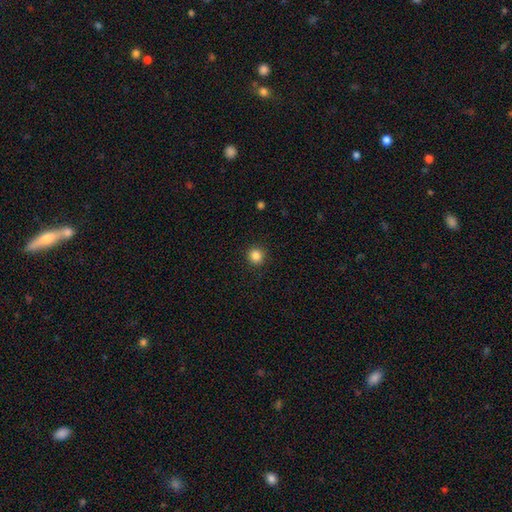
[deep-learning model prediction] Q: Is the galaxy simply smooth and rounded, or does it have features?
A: smooth — 85%.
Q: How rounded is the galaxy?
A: round — 93%.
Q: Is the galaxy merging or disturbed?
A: none — 92%.